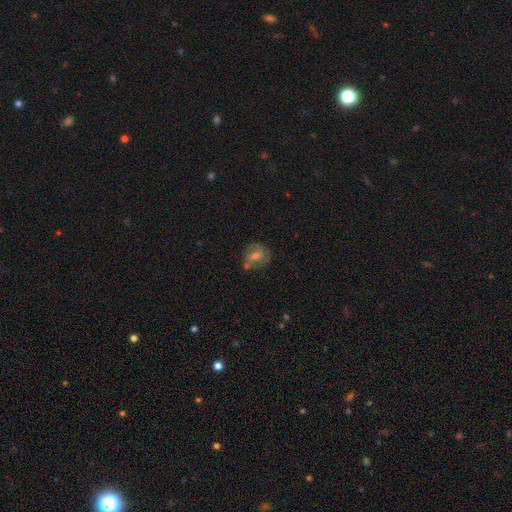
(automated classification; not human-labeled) Smooth or featured? featured or disk (46%)
Merging? none (58%)